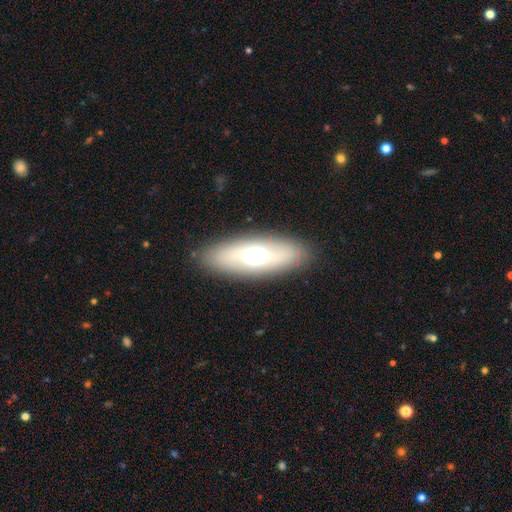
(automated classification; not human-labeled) smooth_or_featured: smooth (p=0.51) [alt: featured or disk p=0.39]
how_rounded: in between (p=0.70) [alt: cigar-shaped p=0.23]
merging: none (p=0.87) [alt: minor disturbance p=0.08]